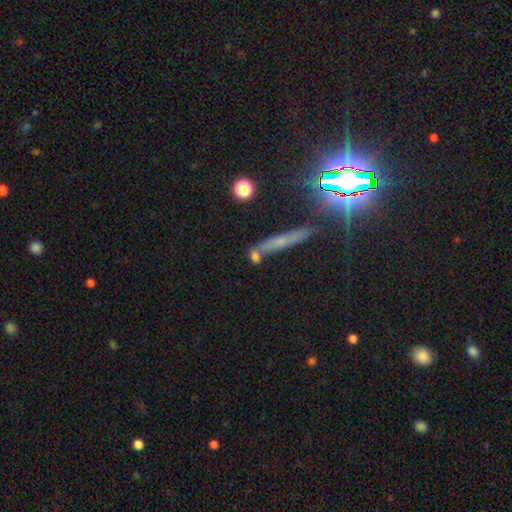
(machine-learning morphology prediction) smooth 70%, featured or disk 17%, star or artifact 13%. Down the decision tree: how rounded — cigar-shaped (43%); merging — none (54%).